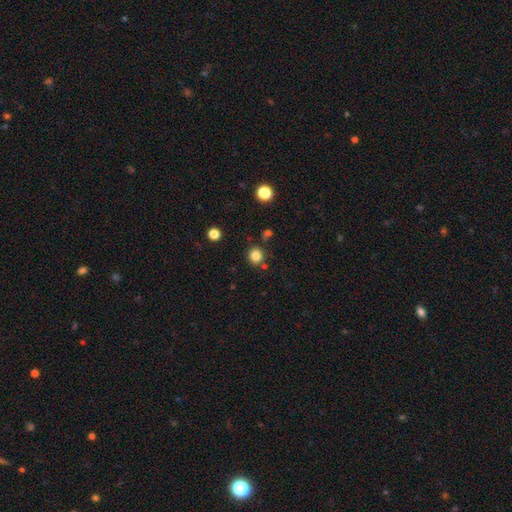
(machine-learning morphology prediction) The model was most divided on "smooth or featured": smooth: 83%, star or artifact: 13%, featured or disk: 5%. More confident: how rounded — round (89%); merging — none (83%).